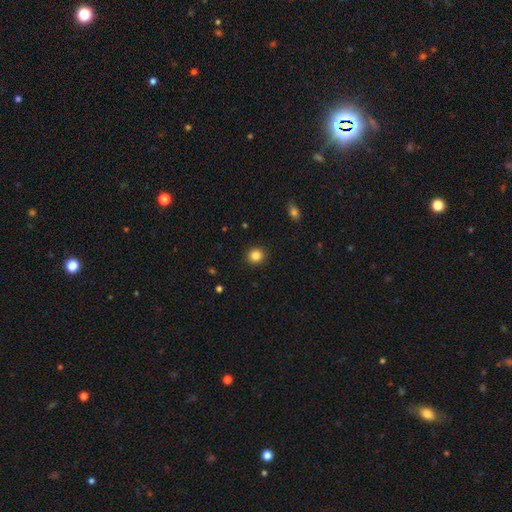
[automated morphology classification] type=smooth (84%); roundness=round (86%); merging=none (92%).